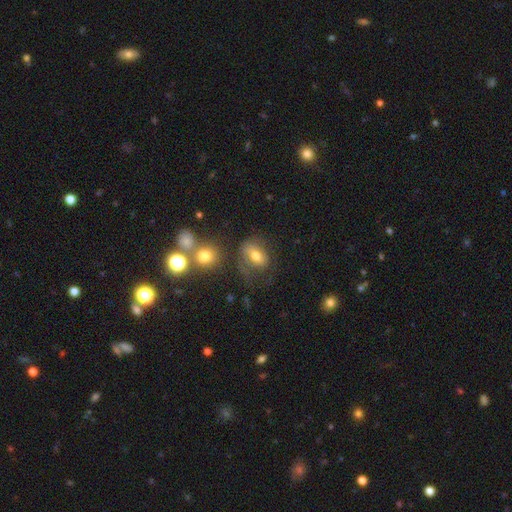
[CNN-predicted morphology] smooth 62%, featured or disk 26%, star or artifact 12%. Down the decision tree: how rounded — in between (75%); merging — none (50%).